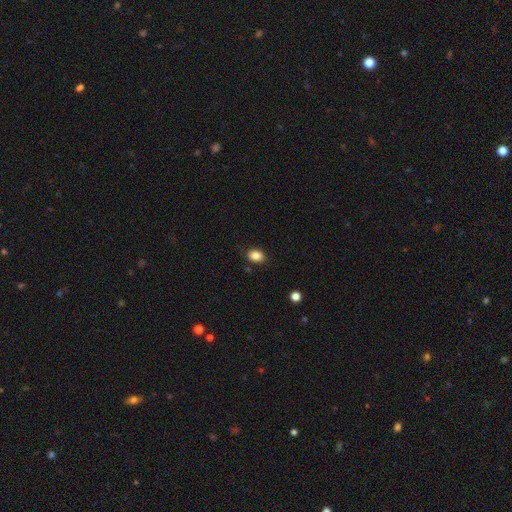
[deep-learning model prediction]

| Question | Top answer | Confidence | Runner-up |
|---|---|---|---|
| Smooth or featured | smooth | 86% | star or artifact (9%) |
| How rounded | in between | 65% | round (34%) |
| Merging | none | 85% | minor disturbance (11%) |